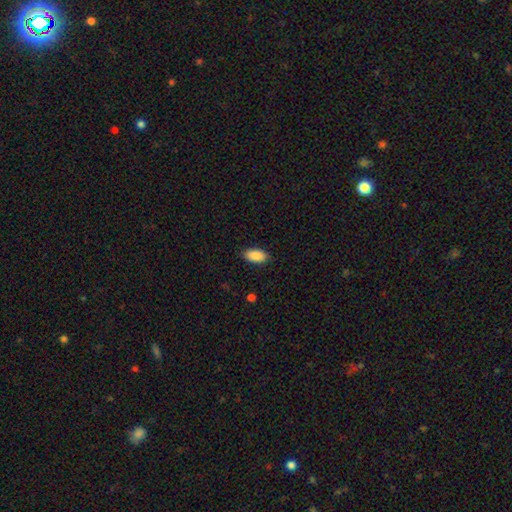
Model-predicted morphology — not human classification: Q: Smooth or featured?
A: smooth (89%); runner-up: star or artifact (7%)
Q: How rounded?
A: in between (93%); runner-up: cigar-shaped (4%)
Q: Merging?
A: none (87%); runner-up: minor disturbance (9%)